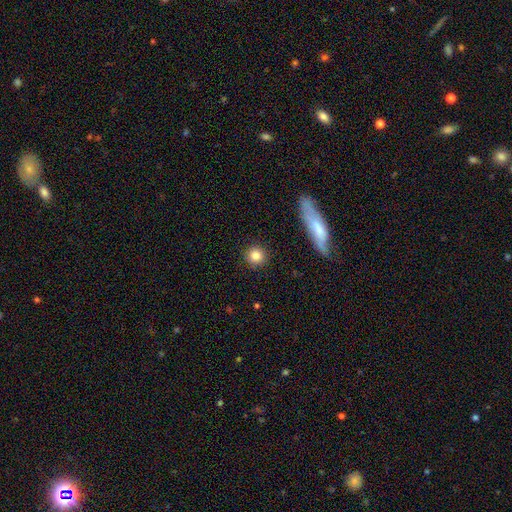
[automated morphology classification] Smooth or featured? Predicted: smooth (p=0.83). How rounded? Predicted: round (p=0.94). Merging? Predicted: none (p=0.91).